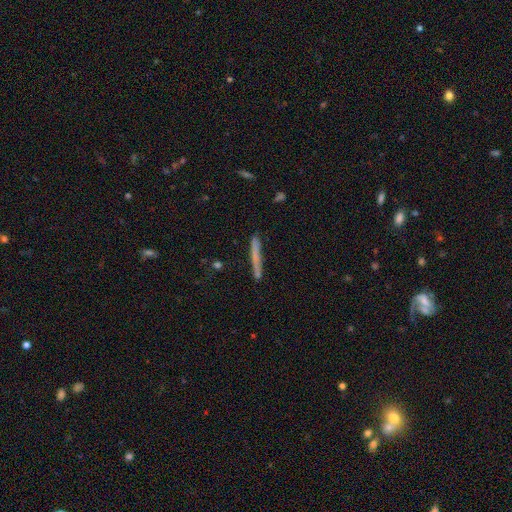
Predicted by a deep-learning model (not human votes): Q: Smooth or featured?
A: smooth (61%); runner-up: featured or disk (32%)
Q: How rounded?
A: cigar-shaped (97%); runner-up: in between (2%)
Q: Merging?
A: none (86%); runner-up: minor disturbance (10%)